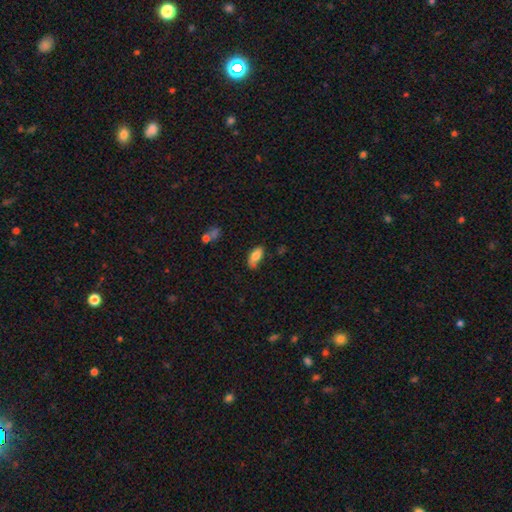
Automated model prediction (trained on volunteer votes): A smooth galaxy with no disk features (79%) that is in between round and cigar-shaped (86%).

Vote fractions:
- Smooth or featured? smooth: 79% / featured or disk: 14% / star or artifact: 7%
- How rounded? in between: 86% / cigar-shaped: 11% / round: 3%
- Merging? none: 63% / minor disturbance: 28% / major disturbance: 6% / merger: 3%